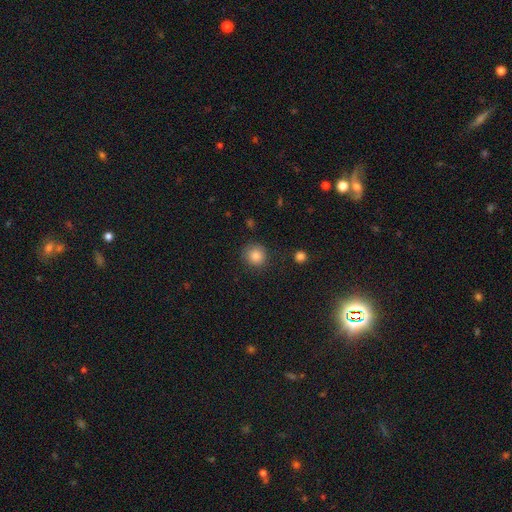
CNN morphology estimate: Q: Smooth or featured?
A: smooth (85%); runner-up: star or artifact (10%)
Q: How rounded?
A: round (90%); runner-up: in between (9%)
Q: Merging?
A: none (85%); runner-up: minor disturbance (10%)